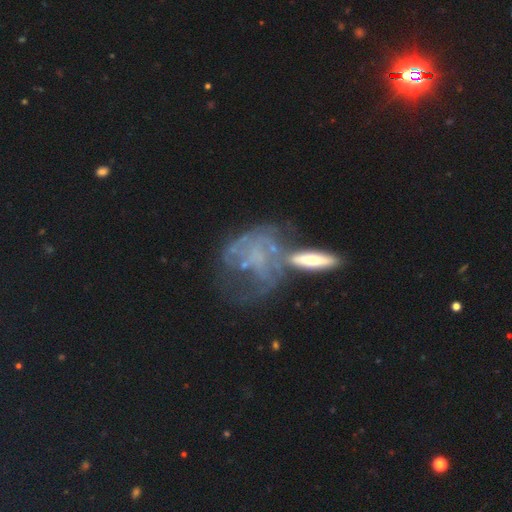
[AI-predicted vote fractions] featured or disk 63%, smooth 25%, star or artifact 12%. Down the decision tree: edge-on disk — no (91%); bar — no (81%); spiral arms — no (62%); bulge size — none (67%); merging — merger (31%).